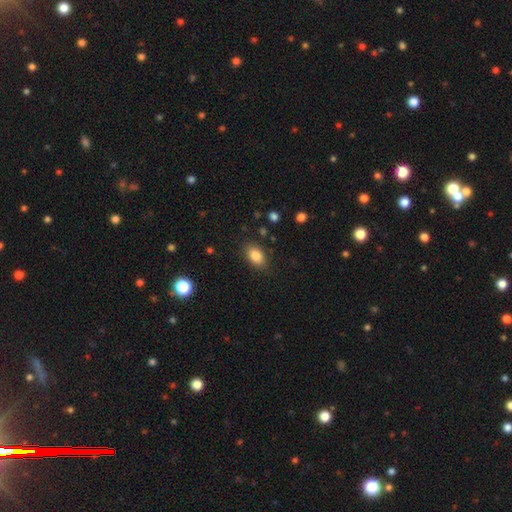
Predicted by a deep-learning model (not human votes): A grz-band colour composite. It shows a smooth galaxy with no disk features (85%) that is in between round and cigar-shaped (87%). Merging: none (85%).